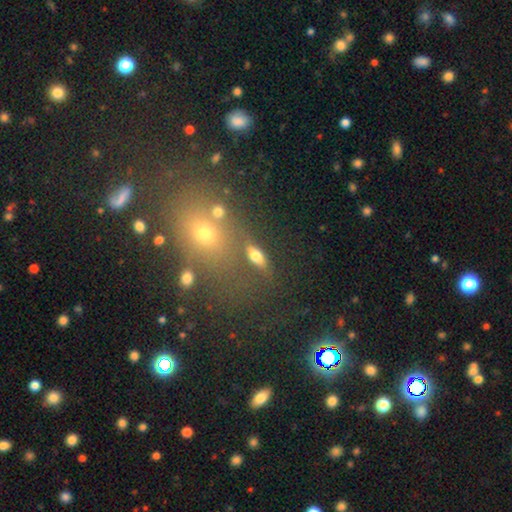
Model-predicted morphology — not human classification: smooth 68%, featured or disk 19%, star or artifact 13%. Down the decision tree: how rounded — in between (70%); merging — none (75%).